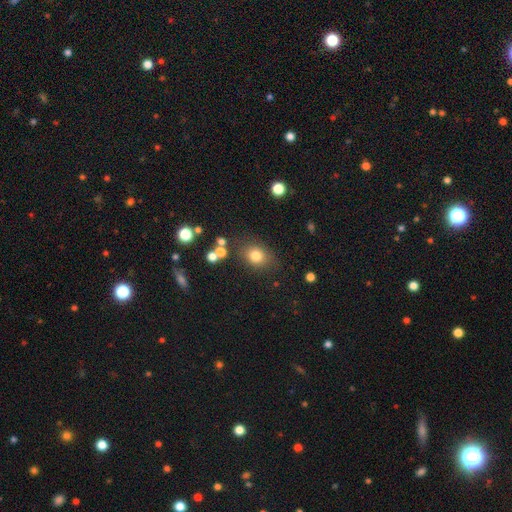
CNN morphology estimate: Smooth or featured?
  - smooth: 78% *
  - star or artifact: 13%
  - featured or disk: 9%
How rounded?
  - round: 51% *
  - in between: 48%
  - cigar-shaped: 1%
Merging?
  - none: 76% *
  - minor disturbance: 14%
  - major disturbance: 5%
  - merger: 5%